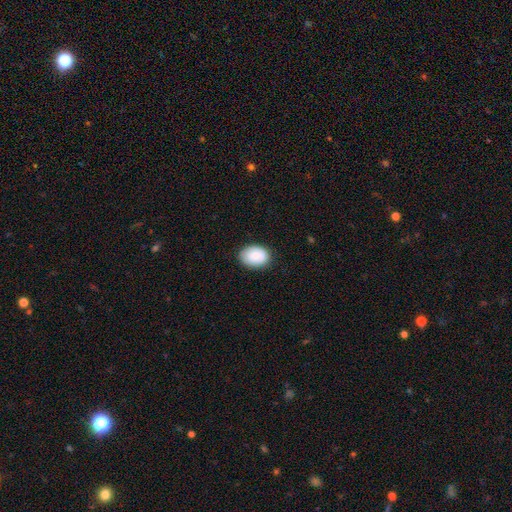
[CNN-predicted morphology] Smooth or featured? smooth (87%)
How rounded? in between (74%)
Merging? none (84%)